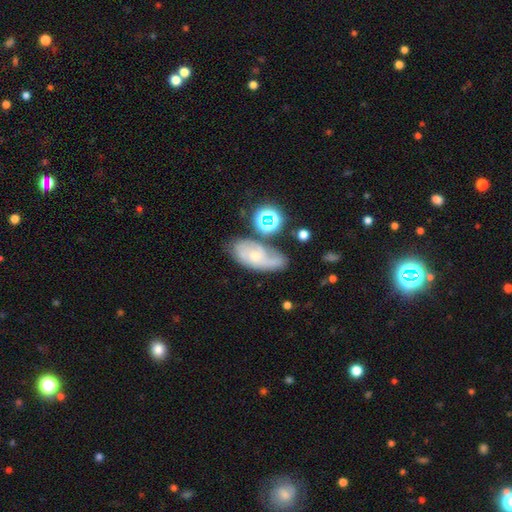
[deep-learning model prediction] smooth-or-featured: featured or disk: 56% | smooth: 30% | star or artifact: 14%
  disk-edge-on: no: 91% | yes: 9%
    bar: no: 70% | weak: 25% | strong: 5%
    has-spiral-arms: yes: 83% | no: 17%
    bulge-size: small: 54% | moderate: 36% | none: 6% | large: 3% | dominant: 1%
  merging: none: 45% | minor disturbance: 27% | major disturbance: 15% | merger: 13%